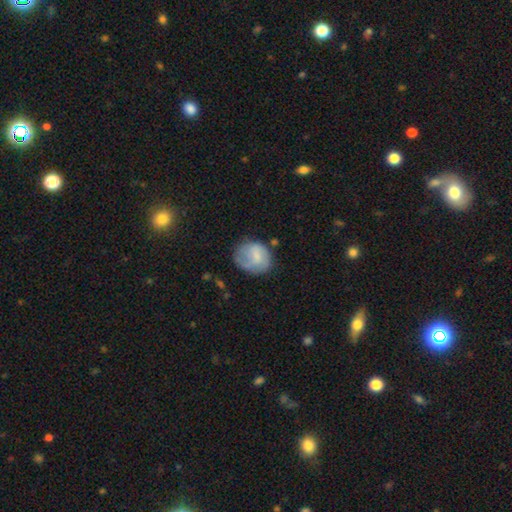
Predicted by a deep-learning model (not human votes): This is likely a smooth galaxy (66%). How rounded: likely round (66%). Merging: possibly none (54%).